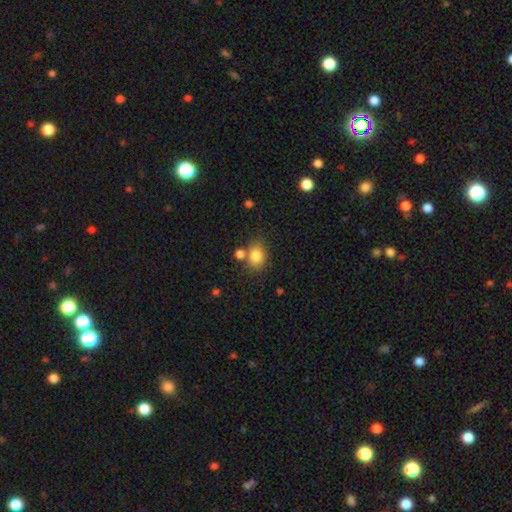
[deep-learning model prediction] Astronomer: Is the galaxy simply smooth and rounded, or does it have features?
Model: smooth — 83%.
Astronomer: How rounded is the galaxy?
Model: in between — 55% (runner-up: round, 44%).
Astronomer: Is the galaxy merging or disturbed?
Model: none — 63%.